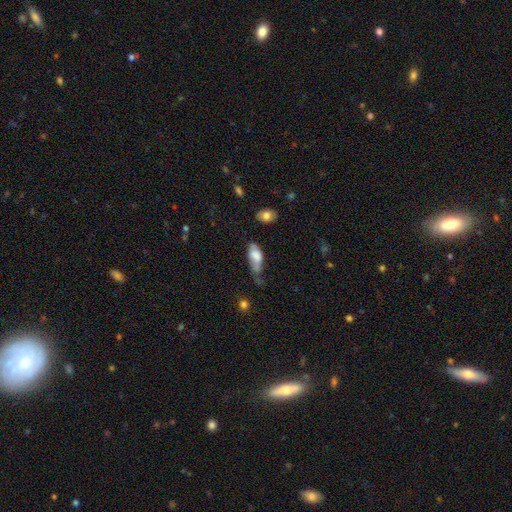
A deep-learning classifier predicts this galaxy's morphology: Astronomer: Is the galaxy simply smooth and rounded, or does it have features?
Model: smooth — 72%.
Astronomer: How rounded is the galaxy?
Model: in between — 79%.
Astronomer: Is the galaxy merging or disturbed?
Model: minor disturbance — 41% (runner-up: major disturbance, 28%).